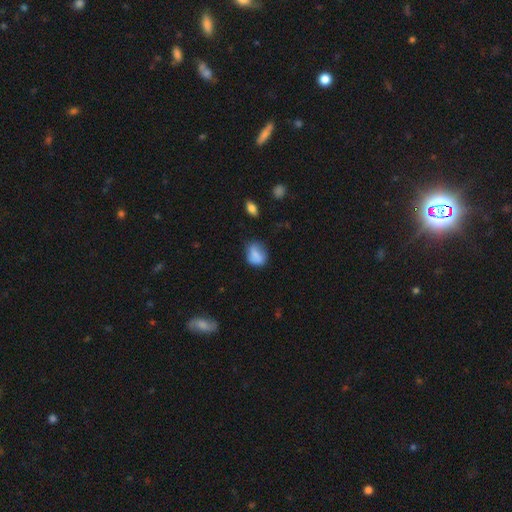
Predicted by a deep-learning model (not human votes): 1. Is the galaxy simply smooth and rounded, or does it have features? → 77% smooth, 14% featured or disk, 8% star or artifact.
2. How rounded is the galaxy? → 59% in between, 39% round, 2% cigar-shaped.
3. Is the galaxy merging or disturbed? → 59% none, 29% minor disturbance, 8% major disturbance, 4% merger.